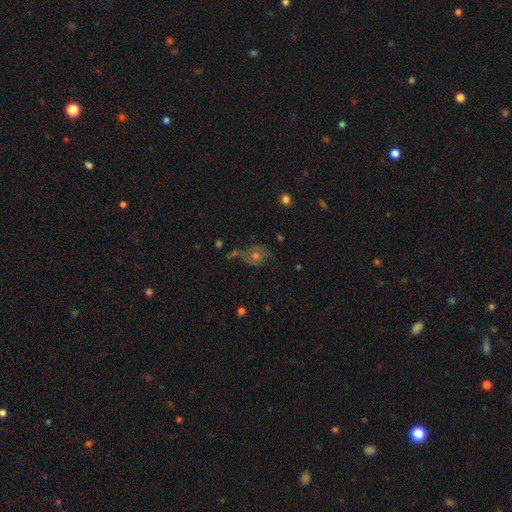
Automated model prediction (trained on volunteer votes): A featured or disk galaxy (47%). Merging: none (47%).